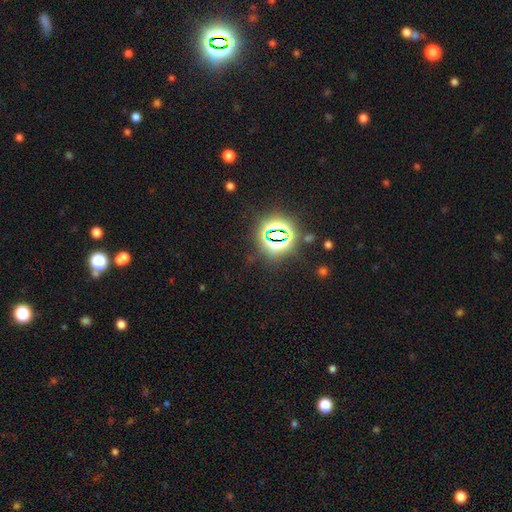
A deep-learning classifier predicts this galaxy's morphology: smooth-or-featured: star or artifact: 84% | smooth: 10% | featured or disk: 6%